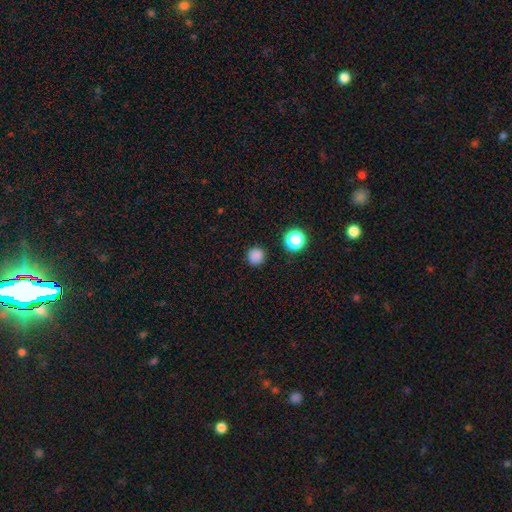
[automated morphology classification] A smooth galaxy with no disk features (82%) that is round (95%). Merging: none (90%).